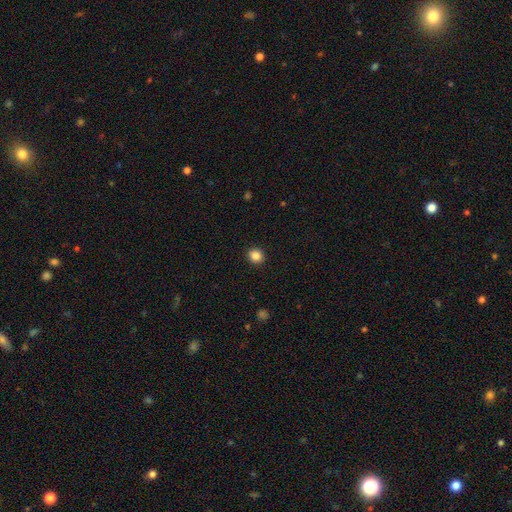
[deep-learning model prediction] Q: Smooth or featured?
A: smooth (86%); runner-up: star or artifact (10%)
Q: How rounded?
A: round (83%); runner-up: in between (16%)
Q: Merging?
A: none (92%); runner-up: minor disturbance (5%)